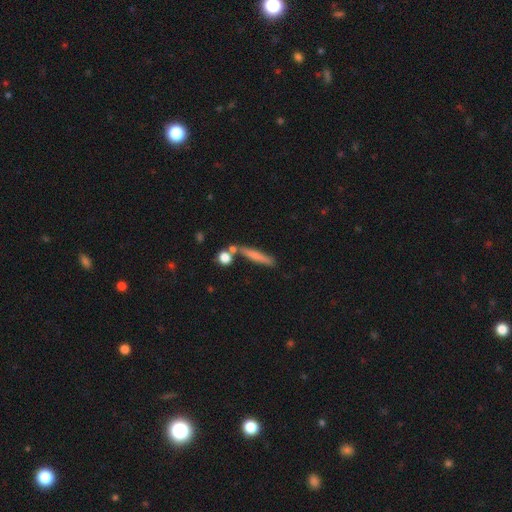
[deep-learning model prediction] Q: Smooth or featured?
A: smooth (66%); runner-up: featured or disk (26%)
Q: How rounded?
A: cigar-shaped (88%); runner-up: in between (8%)
Q: Merging?
A: none (72%); runner-up: minor disturbance (12%)